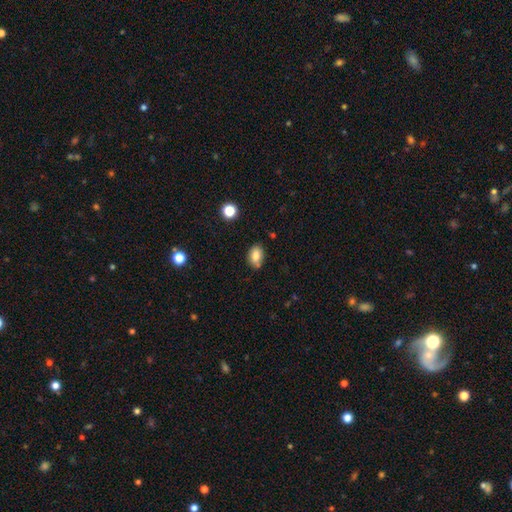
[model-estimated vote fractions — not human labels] This appears to be a smooth galaxy with no disk features (81%) that is in between round and cigar-shaped (80%). Merging: none (72%).